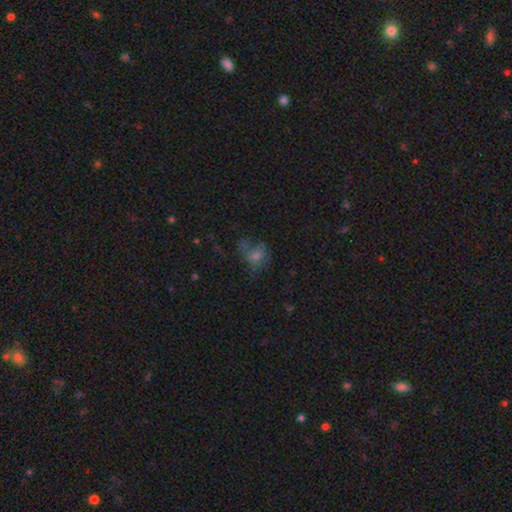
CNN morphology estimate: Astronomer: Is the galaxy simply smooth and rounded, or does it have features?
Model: smooth — 52%.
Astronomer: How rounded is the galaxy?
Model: round — 55% (runner-up: in between, 43%).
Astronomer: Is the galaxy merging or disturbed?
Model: none — 42% (runner-up: major disturbance, 26%).